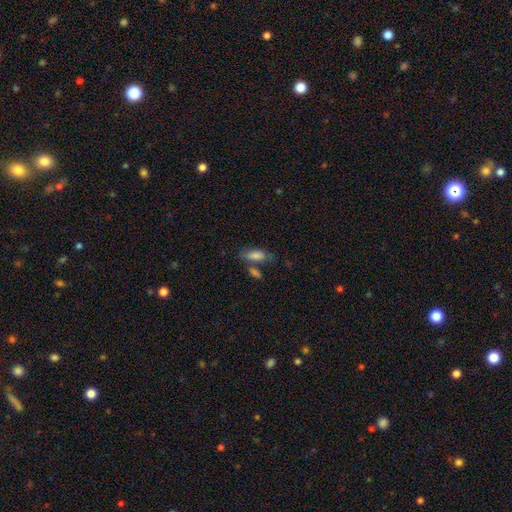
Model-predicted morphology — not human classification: type=smooth (79%); roundness=in between (71%); merging=none (55%).